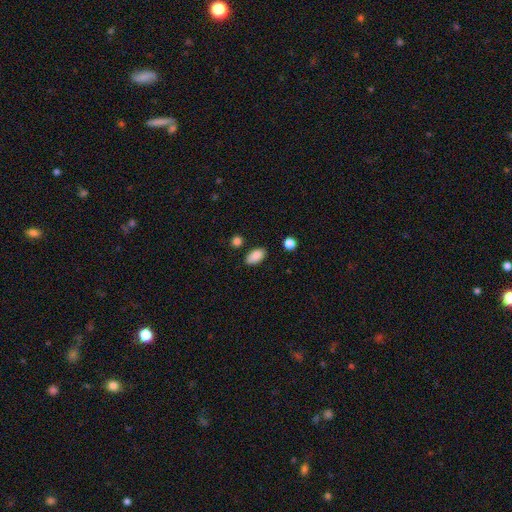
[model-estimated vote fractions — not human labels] The model was most divided on "merging": none: 81%, minor disturbance: 13%, merger: 3%, major disturbance: 3%. More confident: how rounded — in between (93%); smooth or featured — smooth (88%).